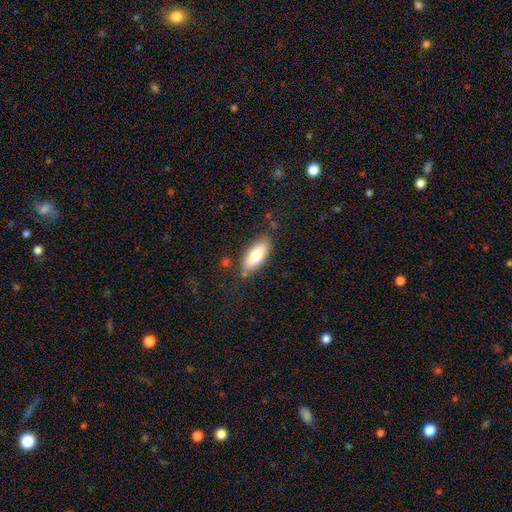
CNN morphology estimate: Q: Smooth or featured?
A: smooth (77%); runner-up: featured or disk (16%)
Q: How rounded?
A: in between (78%); runner-up: cigar-shaped (20%)
Q: Merging?
A: none (80%); runner-up: minor disturbance (14%)